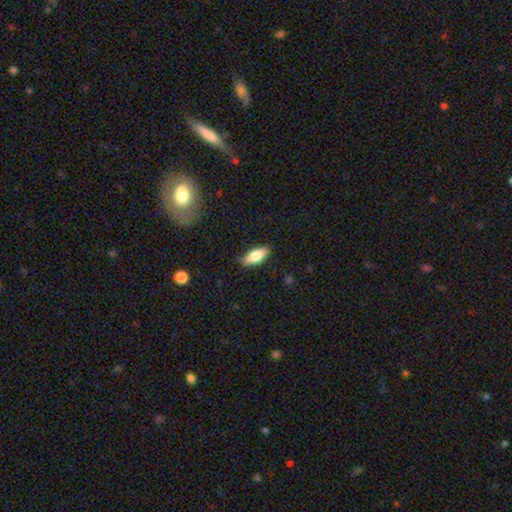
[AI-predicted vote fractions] Smooth or featured? smooth (75%)
How rounded? in between (80%)
Merging? none (86%)